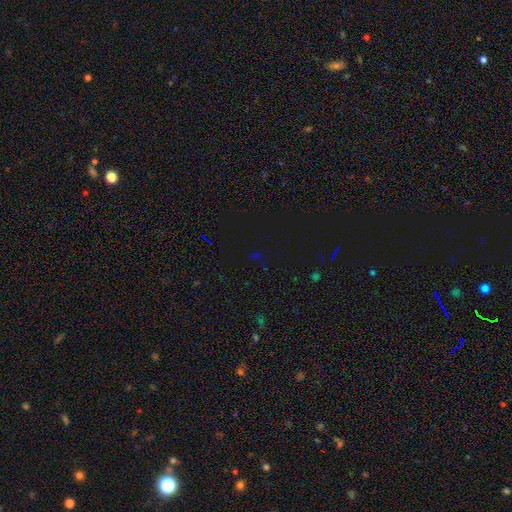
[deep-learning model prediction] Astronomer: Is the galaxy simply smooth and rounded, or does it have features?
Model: star or artifact — 74%.